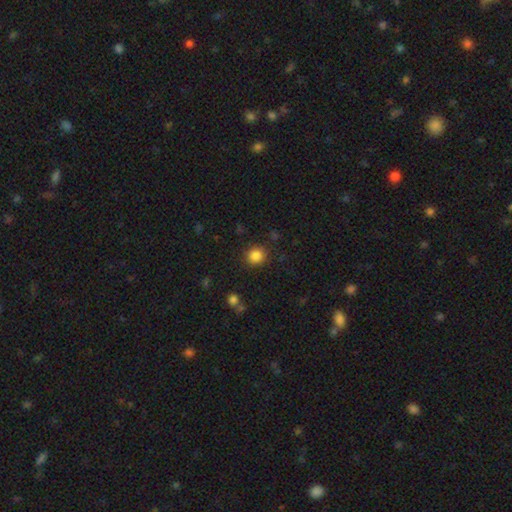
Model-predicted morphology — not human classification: Smooth or featured: smooth — 85% (star or artifact — 11%)
How rounded: round — 88% (in between — 11%)
Merging: none — 88% (minor disturbance — 7%)